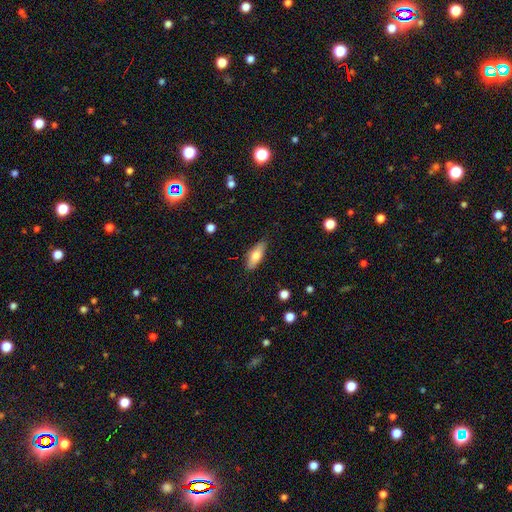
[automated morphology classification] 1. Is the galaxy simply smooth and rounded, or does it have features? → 70% smooth, 23% featured or disk, 6% star or artifact.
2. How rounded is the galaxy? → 69% in between, 28% cigar-shaped, 3% round.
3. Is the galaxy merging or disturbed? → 84% none, 12% minor disturbance, 2% major disturbance, 1% merger.